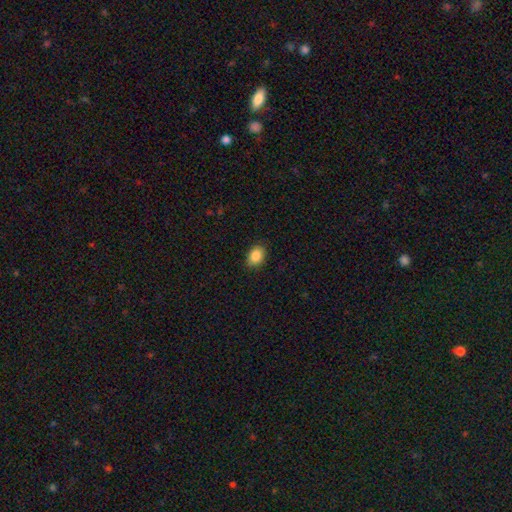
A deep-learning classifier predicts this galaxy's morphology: This appears to be a smooth galaxy with no disk features (88%) that is in between round and cigar-shaped (75%). Merging: none (88%).